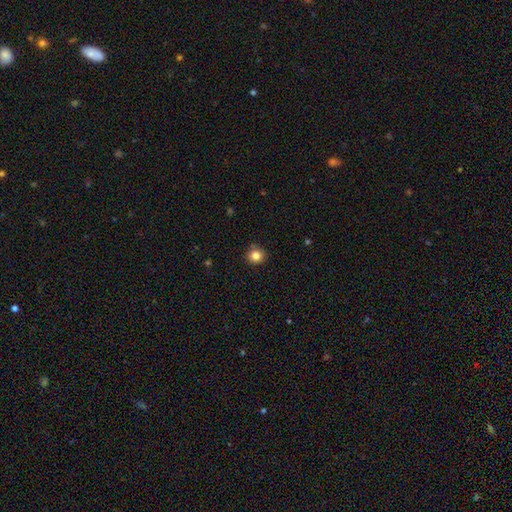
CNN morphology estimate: smooth 83%, star or artifact 12%, featured or disk 5%. Down the decision tree: how rounded — round (89%); merging — none (85%).